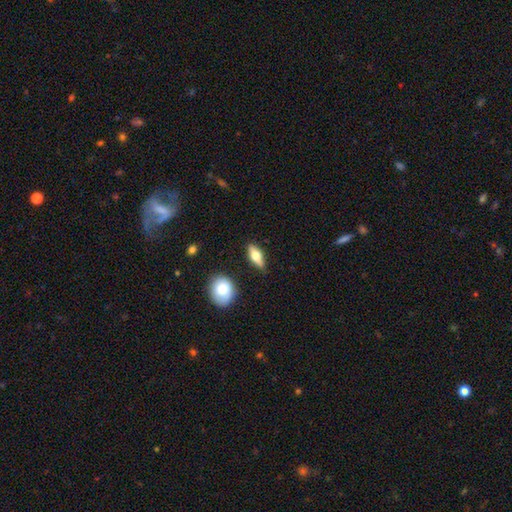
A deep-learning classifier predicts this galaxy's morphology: smooth-or-featured: smooth: 59% | featured or disk: 35% | star or artifact: 6%
  how-rounded: in between: 69% | cigar-shaped: 26% | round: 6%
  merging: none: 83% | minor disturbance: 11% | merger: 3% | major disturbance: 3%